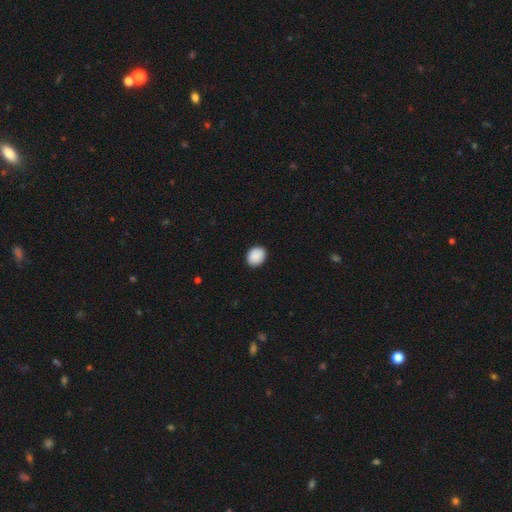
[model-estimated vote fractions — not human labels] This is clearly a smooth galaxy (89%). How rounded: possibly round (50%). Merging: clearly none (87%).